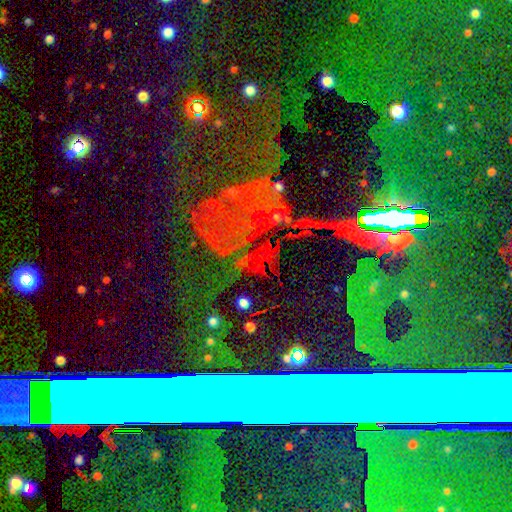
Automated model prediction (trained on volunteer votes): Overall: star or artifact (75%).